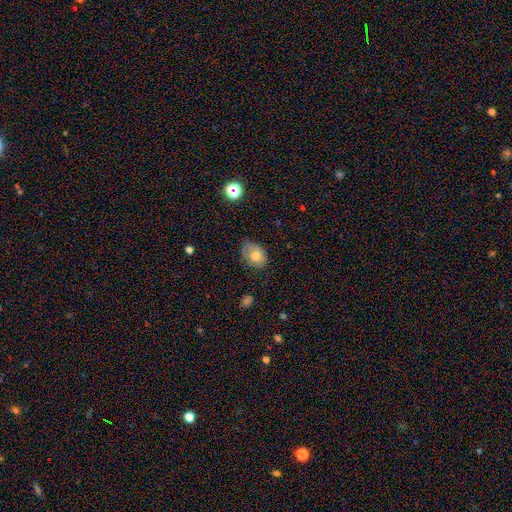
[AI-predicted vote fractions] The model was most divided on "merging": none: 56%, minor disturbance: 32%, major disturbance: 10%, merger: 2%. More confident: smooth or featured — smooth (72%); how rounded — in between (71%).